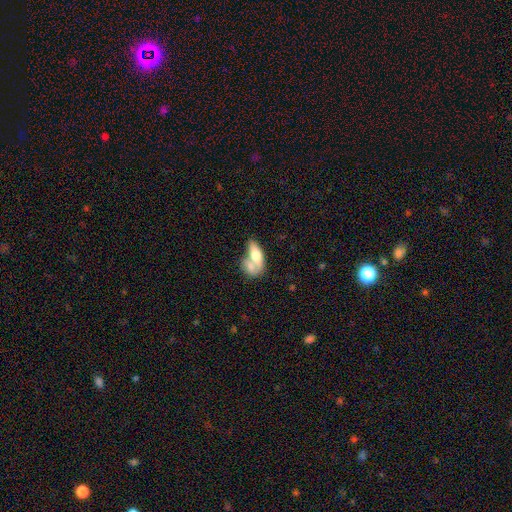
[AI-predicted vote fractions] Smooth or featured: smooth — 65% (featured or disk — 29%)
How rounded: in between — 78% (cigar-shaped — 15%)
Merging: merger — 62% (none — 19%)